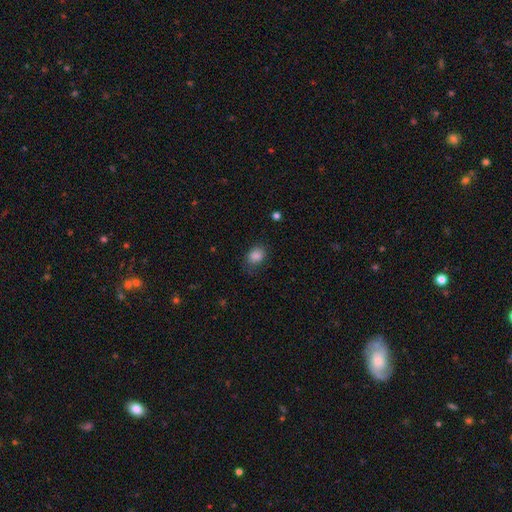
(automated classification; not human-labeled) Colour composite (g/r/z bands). It shows a smooth galaxy with no disk features (85%) that is in between round and cigar-shaped (60%). Merging: none (75%).